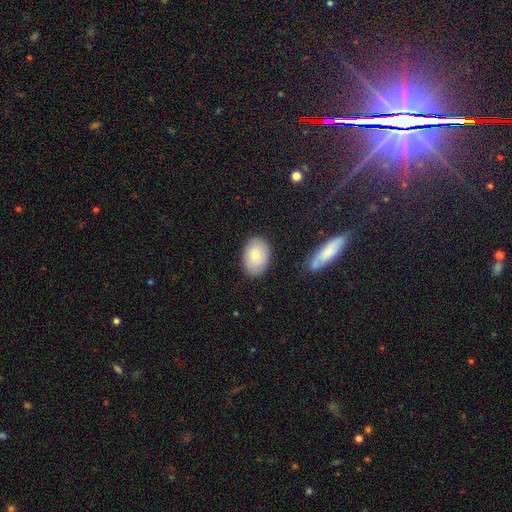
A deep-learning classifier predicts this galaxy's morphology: The model was most divided on "smooth or featured": smooth: 72%, featured or disk: 21%, star or artifact: 7%. More confident: merging — none (82%); how rounded — in between (81%).